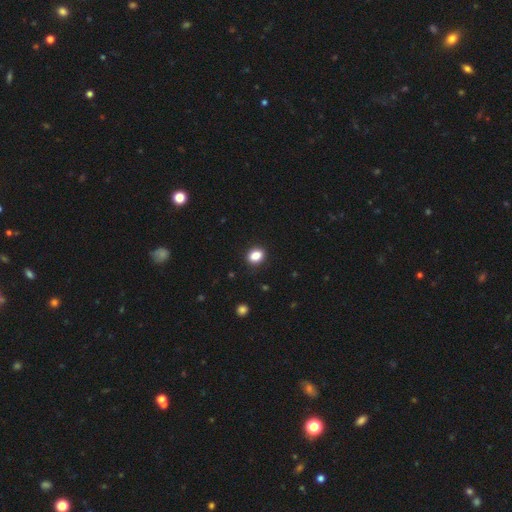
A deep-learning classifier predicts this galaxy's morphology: Smooth or featured?
  - smooth: 85% *
  - star or artifact: 10%
  - featured or disk: 5%
How rounded?
  - in between: 58% *
  - round: 41%
  - cigar-shaped: 1%
Merging?
  - none: 89% *
  - minor disturbance: 8%
  - major disturbance: 2%
  - merger: 1%